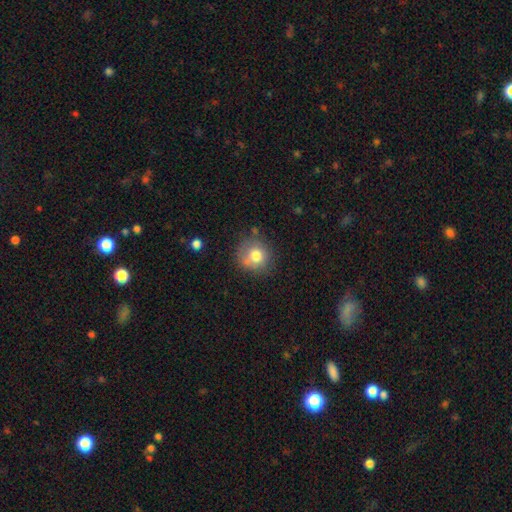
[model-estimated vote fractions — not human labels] Morphology: type=smooth (75%); roundness=round (88%); merging=none (66%).